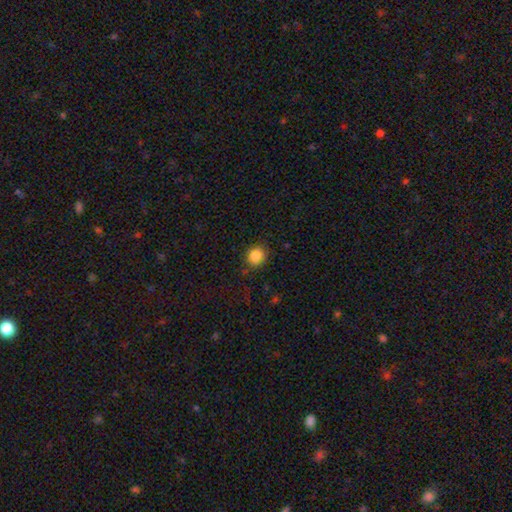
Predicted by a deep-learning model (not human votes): This appears to be a smooth galaxy with no disk features (86%) that is round (81%). Merging: none (84%).